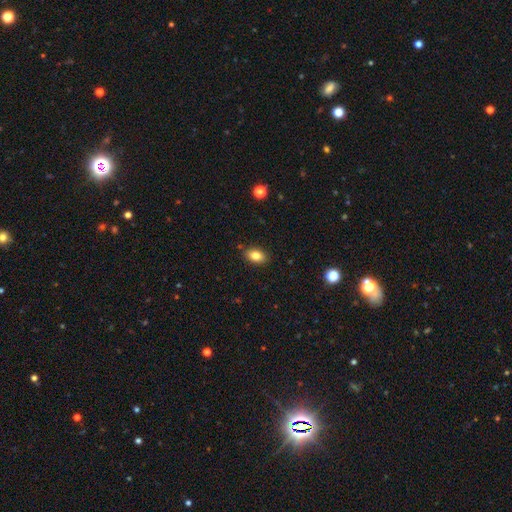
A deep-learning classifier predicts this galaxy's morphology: smooth 83%, star or artifact 9%, featured or disk 8%. Down the decision tree: how rounded — in between (87%); merging — none (87%).